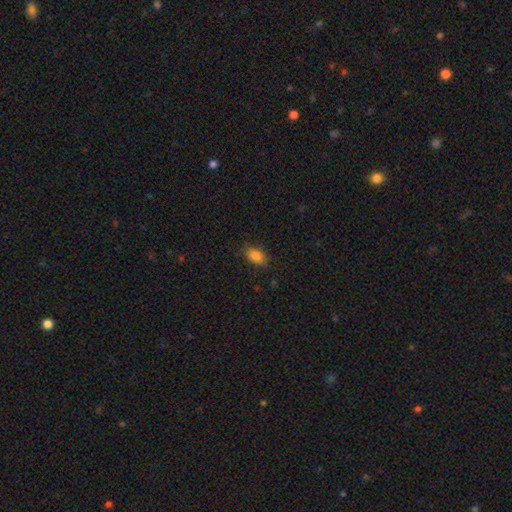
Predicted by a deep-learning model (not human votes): This is clearly a smooth galaxy (84%). How rounded: clearly in between (88%). Merging: clearly none (81%).